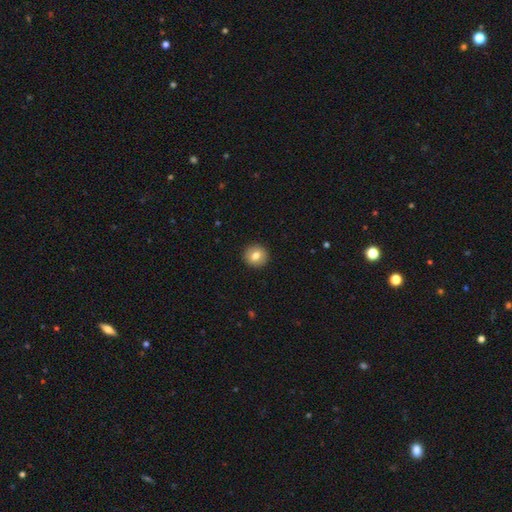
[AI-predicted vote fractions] The model was most divided on "smooth or featured": smooth: 79%, featured or disk: 12%, star or artifact: 8%. More confident: how rounded — round (94%); merging — none (93%).